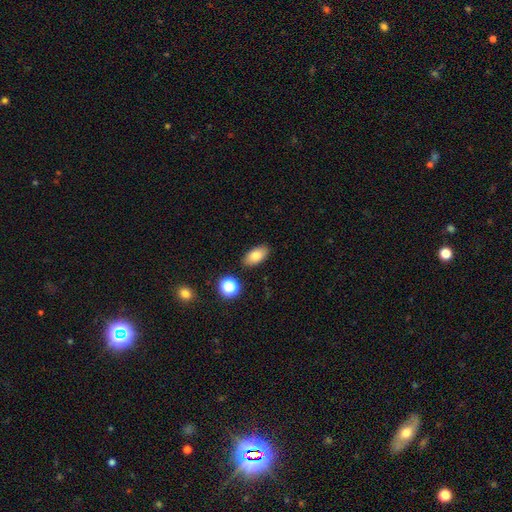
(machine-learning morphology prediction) This is clearly a smooth galaxy (82%). How rounded: clearly in between (91%). Merging: clearly none (86%).